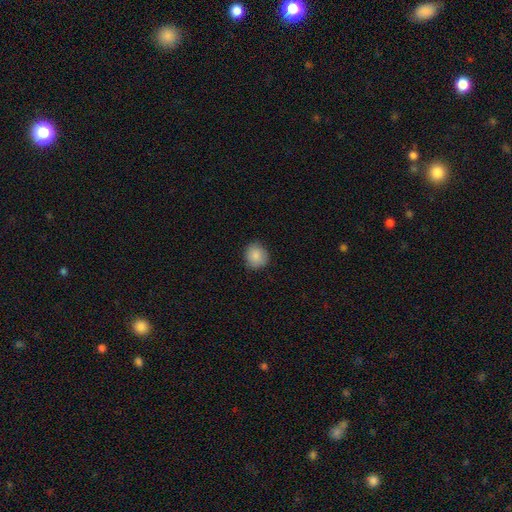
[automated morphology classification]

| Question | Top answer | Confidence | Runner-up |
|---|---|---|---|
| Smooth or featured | smooth | 87% | star or artifact (8%) |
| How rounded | round | 85% | in between (14%) |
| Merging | none | 86% | minor disturbance (11%) |